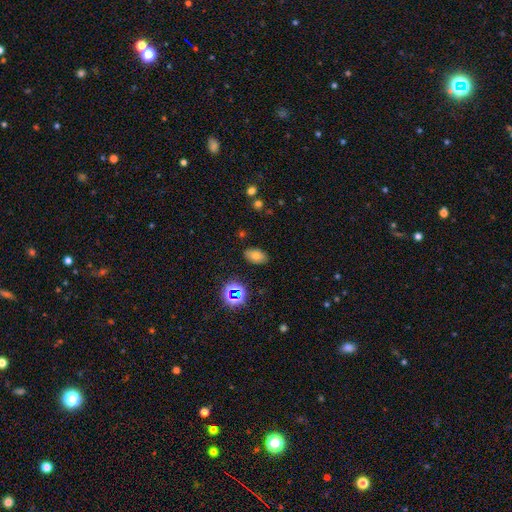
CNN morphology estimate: smooth_or_featured: smooth (p=0.67) [alt: star or artifact p=0.20]
how_rounded: in between (p=0.88) [alt: round p=0.10]
merging: none (p=0.86) [alt: minor disturbance p=0.10]